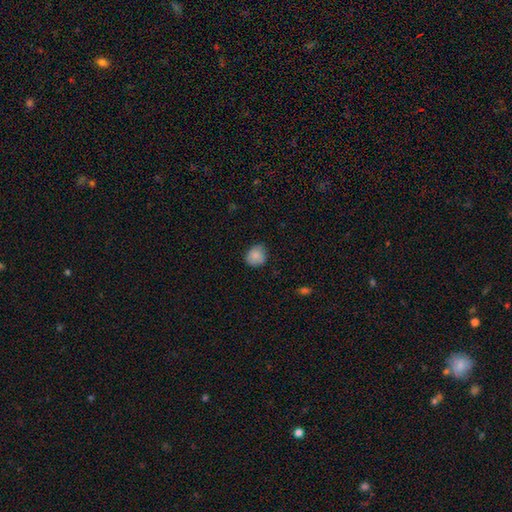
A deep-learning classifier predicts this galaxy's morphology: The model was most divided on "how rounded": round: 75%, in between: 24%, cigar-shaped: 1%. More confident: smooth or featured — smooth (86%); merging — none (76%).